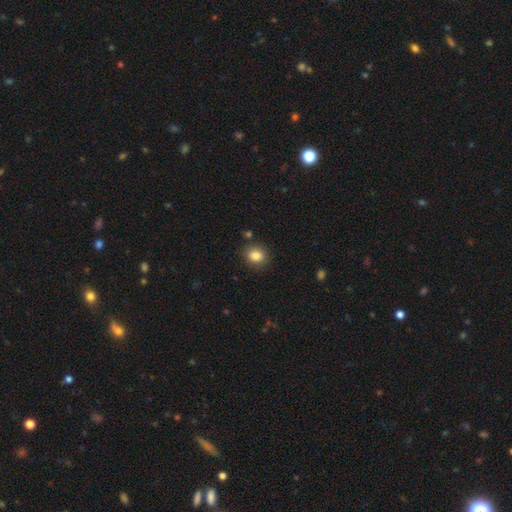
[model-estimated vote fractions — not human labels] Q: Smooth or featured?
A: smooth (84%); runner-up: star or artifact (10%)
Q: How rounded?
A: round (64%); runner-up: in between (35%)
Q: Merging?
A: none (86%); runner-up: minor disturbance (9%)